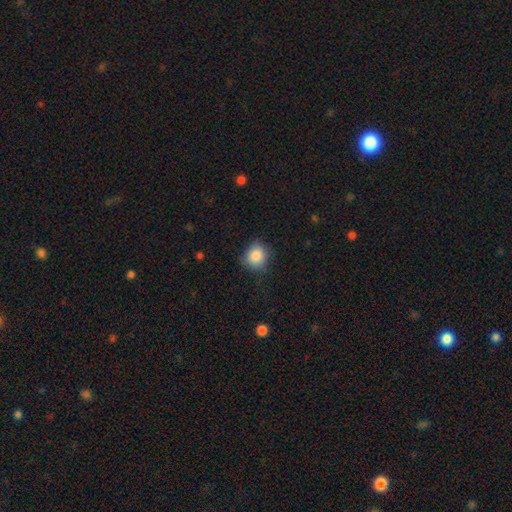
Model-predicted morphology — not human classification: Smooth or featured? Predicted: smooth (p=0.86). How rounded? Predicted: round (p=0.82). Merging? Predicted: none (p=0.76).